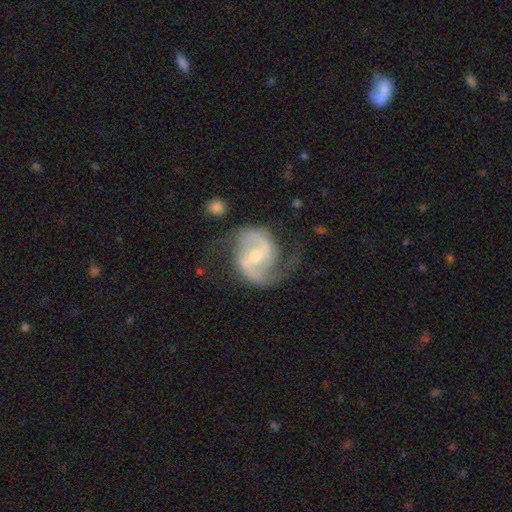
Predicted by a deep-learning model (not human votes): This appears to be a featured or disk galaxy (89%) with a weak bar (47%), 2 (91%) medium (53%) spiral arms (96%) and a moderate central bulge (54%). Merging: none (68%).